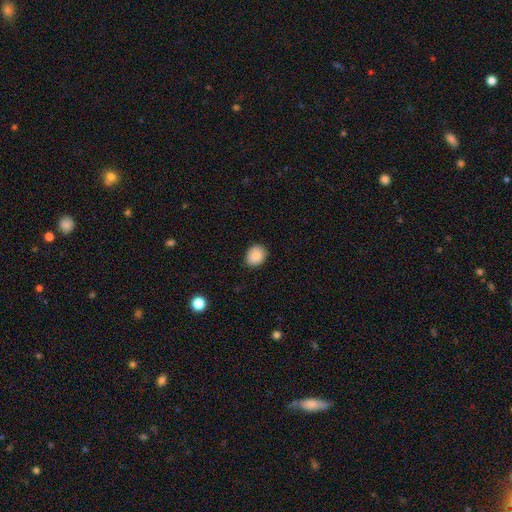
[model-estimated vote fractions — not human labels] Overall: smooth (89%). How rounded: round (58%; in between 41%). Merging: none (87%).